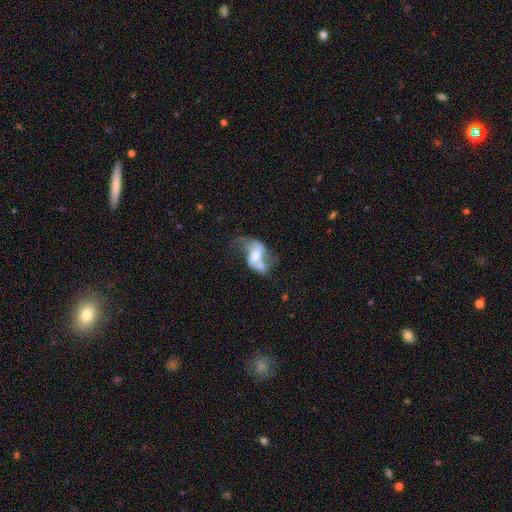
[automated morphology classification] Smooth or featured? Predicted: featured or disk (p=0.69). Edge-on disk? Predicted: no (p=0.96). Bar? Predicted: no (p=0.46). Spiral arms? Predicted: yes (p=0.78). Spiral winding? Predicted: loose (p=0.68). Spiral arm count? Predicted: 2 (p=0.86). Bulge size? Predicted: moderate (p=0.66). Merging? Predicted: merger (p=0.39).